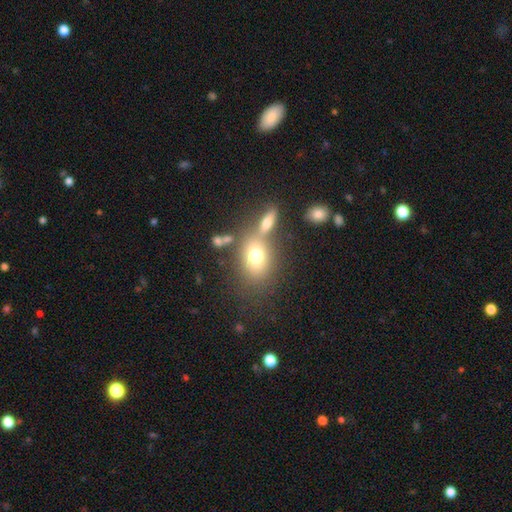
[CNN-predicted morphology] This appears to be a smooth galaxy with no disk features (73%) that is in between round and cigar-shaped (67%). Merging: none (53%).